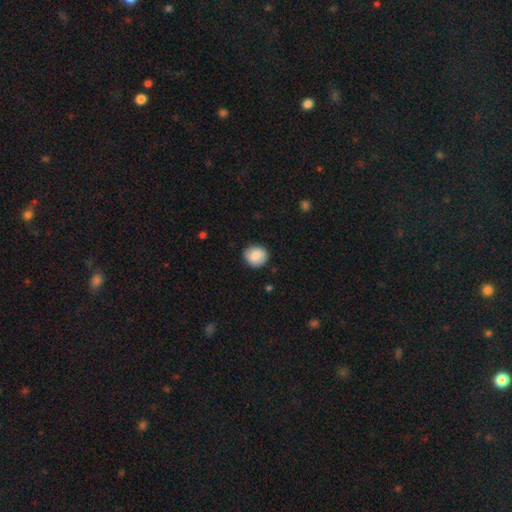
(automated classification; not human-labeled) A smooth galaxy with no disk features (81%) that is round (84%). Merging: none (86%).